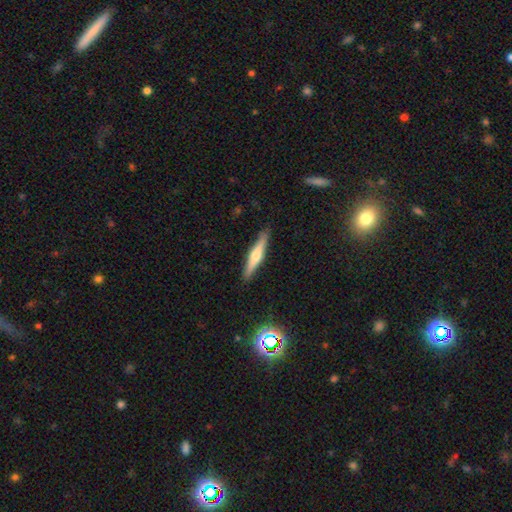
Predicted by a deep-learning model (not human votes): Smooth or featured? Predicted: featured or disk (p=0.55). Edge-on disk? Predicted: yes (p=0.96). Edge-on bulge? Predicted: rounded (p=0.87). Merging? Predicted: none (p=0.89).